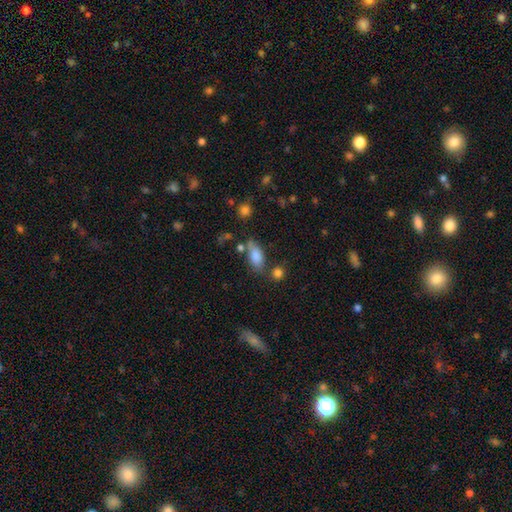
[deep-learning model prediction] Smooth or featured?
  - smooth: 82% *
  - featured or disk: 10%
  - star or artifact: 8%
How rounded?
  - in between: 86% *
  - cigar-shaped: 10%
  - round: 4%
Merging?
  - none: 60% *
  - minor disturbance: 20%
  - merger: 13%
  - major disturbance: 7%